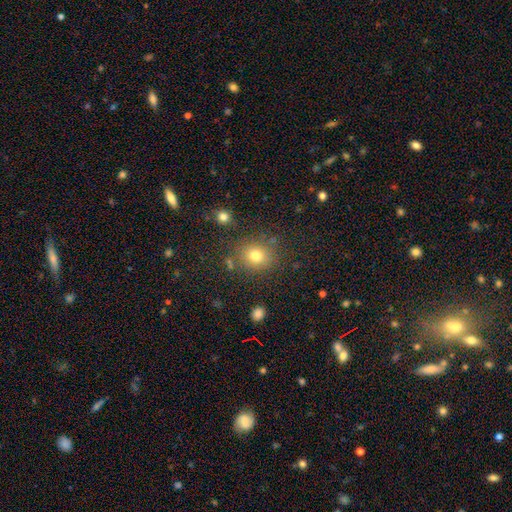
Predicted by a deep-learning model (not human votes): Overall: smooth (77%). How rounded: round (77%). Merging: none (81%).